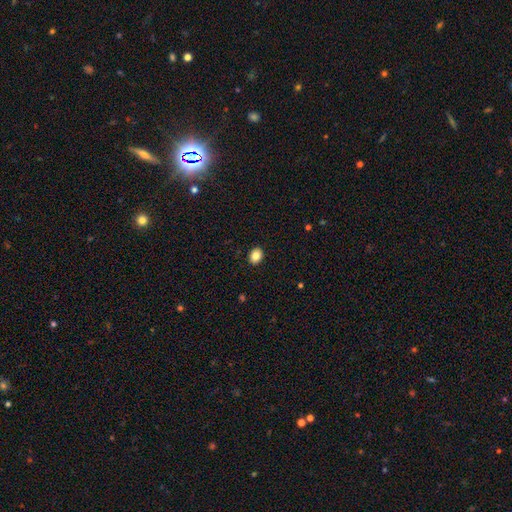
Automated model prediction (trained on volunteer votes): Morphology: type=smooth (84%); roundness=in between (57%); merging=none (91%).